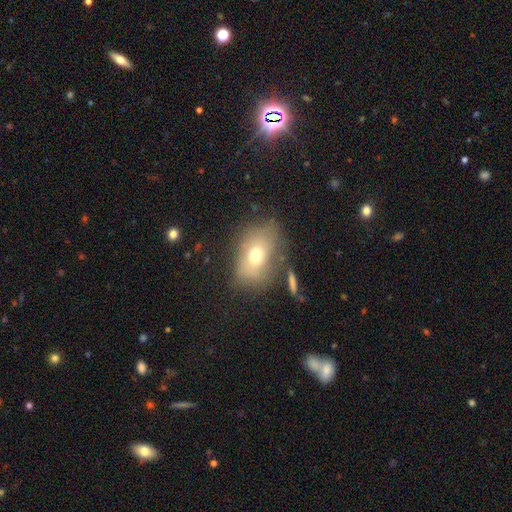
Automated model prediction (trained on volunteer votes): smooth-or-featured: smooth: 66% | featured or disk: 24% | star or artifact: 11%
  how-rounded: in between: 82% | round: 16% | cigar-shaped: 2%
  merging: none: 64% | minor disturbance: 21% | major disturbance: 9% | merger: 5%